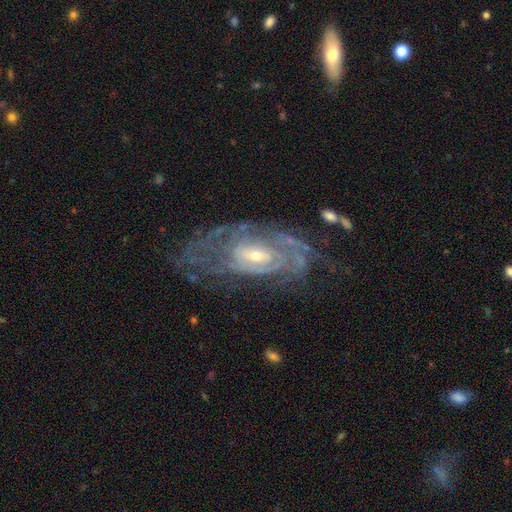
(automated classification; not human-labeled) Smooth or featured?
  - featured or disk: 85% *
  - smooth: 9%
  - star or artifact: 7%
Edge-on disk?
  - no: 93% *
  - yes: 7%
Bar?
  - no: 52% *
  - weak: 37%
  - strong: 12%
Spiral arms?
  - yes: 88% *
  - no: 12%
Spiral winding?
  - tight: 66% *
  - medium: 26%
  - loose: 8%
Spiral arm count?
  - can't tell: 52% *
  - 2: 21%
  - 3: 11%
  - 4: 7%
  - 1: 6%
  - more than 4: 5%
Bulge size?
  - small: 56% *
  - moderate: 39%
  - large: 2%
  - none: 2%
  - dominant: 1%
Merging?
  - none: 61% *
  - minor disturbance: 21%
  - major disturbance: 15%
  - merger: 2%